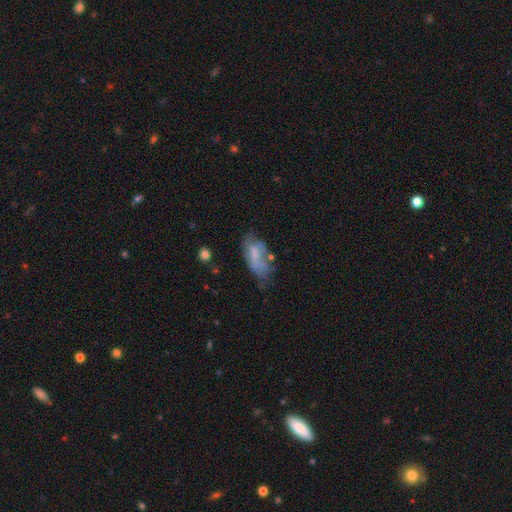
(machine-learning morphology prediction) smooth_or_featured: smooth (p=0.57) [alt: featured or disk p=0.34]
how_rounded: in between (p=0.85) [alt: cigar-shaped p=0.12]
merging: none (p=0.39) [alt: minor disturbance p=0.34]